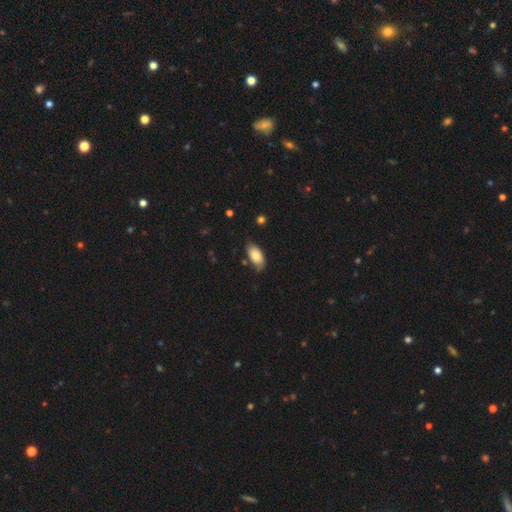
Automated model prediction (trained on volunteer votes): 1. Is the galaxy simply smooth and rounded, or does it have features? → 79% smooth, 15% featured or disk, 7% star or artifact.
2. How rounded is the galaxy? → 93% in between, 4% cigar-shaped, 3% round.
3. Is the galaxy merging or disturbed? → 64% none, 28% minor disturbance, 6% major disturbance, 2% merger.